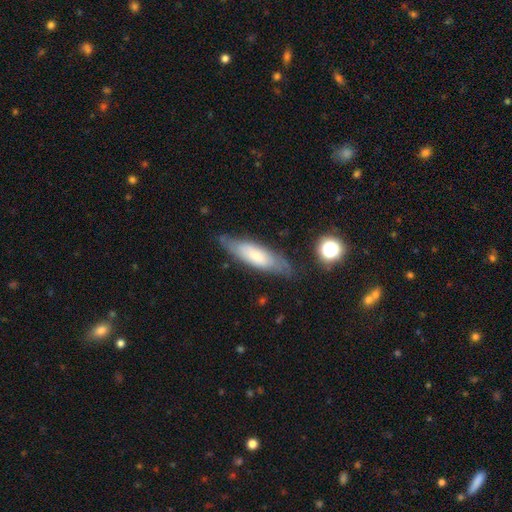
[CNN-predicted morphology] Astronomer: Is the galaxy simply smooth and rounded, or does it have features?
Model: smooth — 51% (runner-up: featured or disk, 42%).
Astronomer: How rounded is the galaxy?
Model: cigar-shaped — 51% (runner-up: in between, 47%).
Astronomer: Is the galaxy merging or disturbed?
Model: none — 73%.